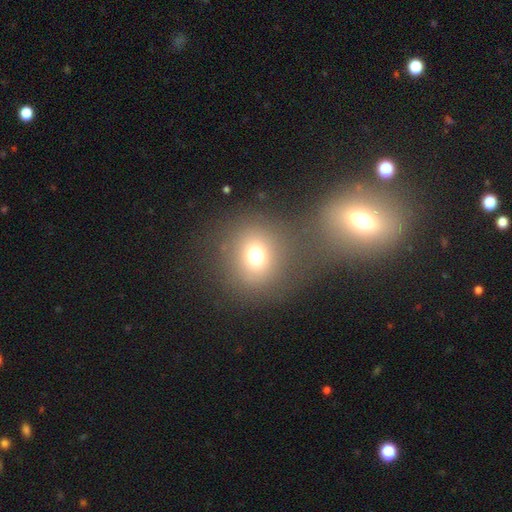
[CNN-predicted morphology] The model was most divided on "smooth or featured": smooth: 71%, star or artifact: 18%, featured or disk: 10%. More confident: how rounded — round (85%); merging — none (73%).